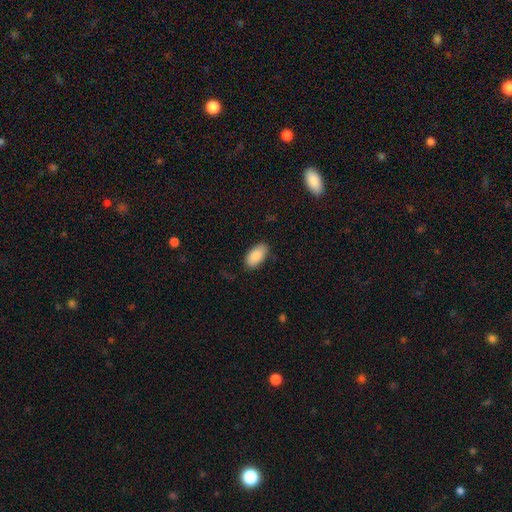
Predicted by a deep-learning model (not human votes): Smooth or featured?
  - smooth: 88% *
  - star or artifact: 6%
  - featured or disk: 6%
How rounded?
  - in between: 95% *
  - round: 3%
  - cigar-shaped: 2%
Merging?
  - none: 83% *
  - minor disturbance: 13%
  - major disturbance: 3%
  - merger: 1%